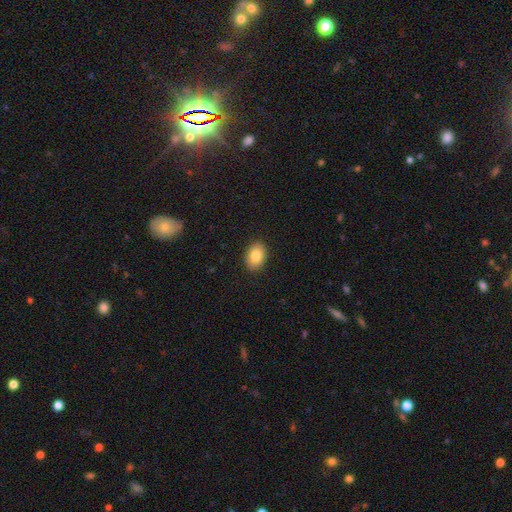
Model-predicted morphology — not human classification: A smooth galaxy with no disk features (85%) that is in between round and cigar-shaped (81%).

Vote fractions:
- Smooth or featured? smooth: 85% / star or artifact: 8% / featured or disk: 7%
- How rounded? in between: 81% / round: 18% / cigar-shaped: 1%
- Merging? none: 90% / minor disturbance: 8% / major disturbance: 2% / merger: 1%